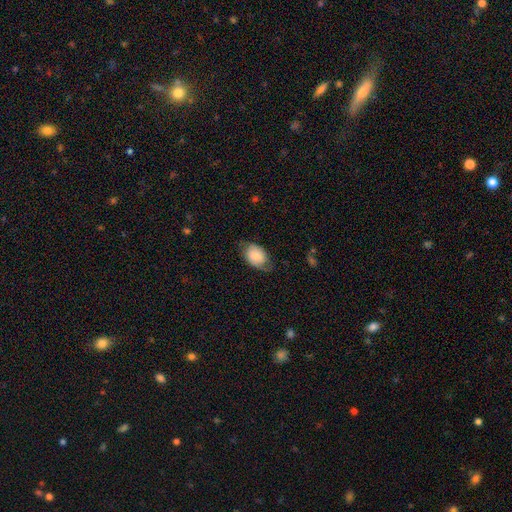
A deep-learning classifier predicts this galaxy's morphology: Overall: smooth (75%). How rounded: in between (80%). Merging: none (59%; minor disturbance 29%).